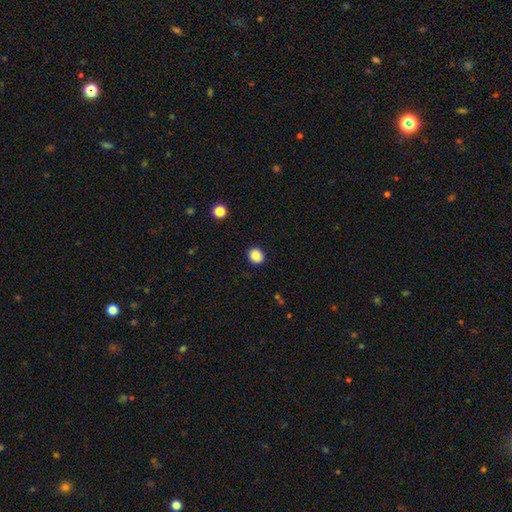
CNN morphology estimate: Q: Smooth or featured?
A: smooth (88%); runner-up: star or artifact (10%)
Q: How rounded?
A: round (76%); runner-up: in between (23%)
Q: Merging?
A: none (90%); runner-up: minor disturbance (7%)